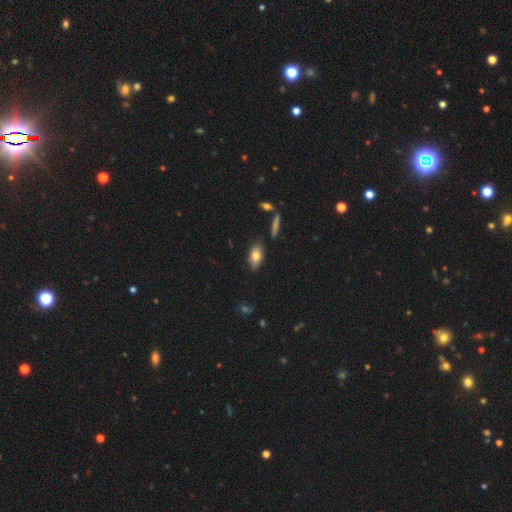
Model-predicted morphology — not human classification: This is likely a smooth galaxy (78%). How rounded: clearly in between (88%). Merging: clearly none (82%).